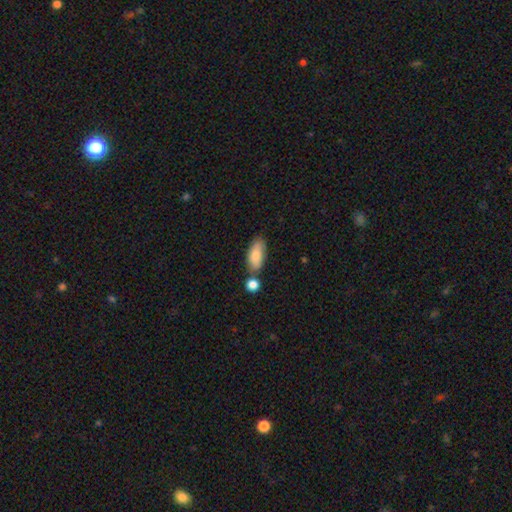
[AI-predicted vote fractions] Q: Smooth or featured?
A: smooth (81%); runner-up: featured or disk (12%)
Q: How rounded?
A: in between (84%); runner-up: cigar-shaped (13%)
Q: Merging?
A: none (61%); runner-up: minor disturbance (18%)